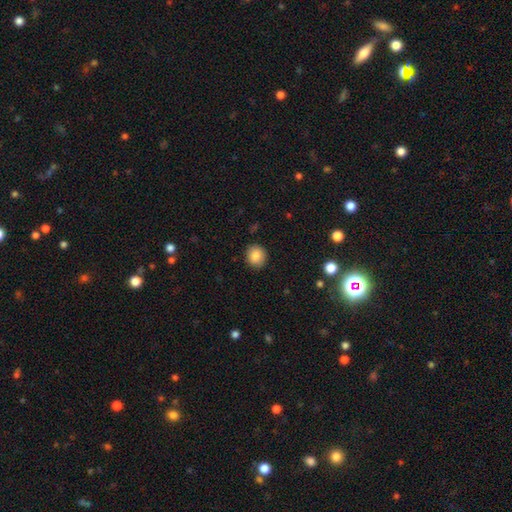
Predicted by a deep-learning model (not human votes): This appears to be a smooth galaxy with no disk features (85%) that is round (86%). Merging: none (90%).